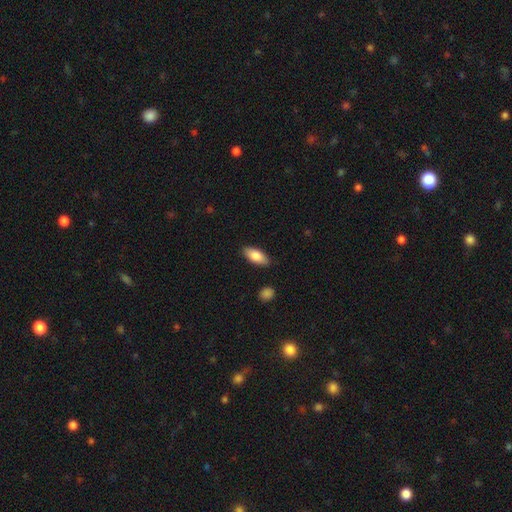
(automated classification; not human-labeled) A smooth galaxy with no disk features (82%) that is in between round and cigar-shaped (85%). Merging: none (86%).